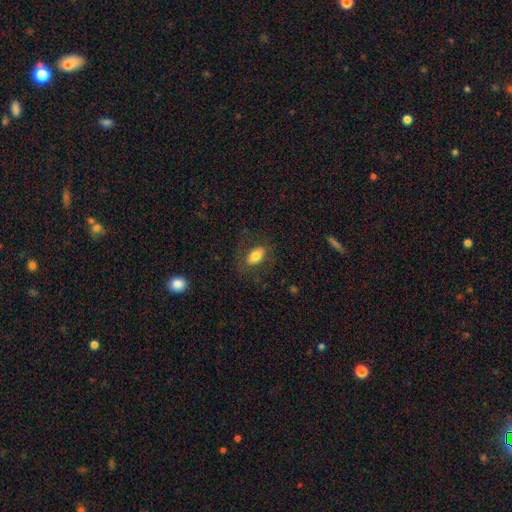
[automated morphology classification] A smooth galaxy with no disk features (75%) that is in between round and cigar-shaped (89%).

Vote fractions:
- Smooth or featured? smooth: 75% / featured or disk: 17% / star or artifact: 8%
- How rounded? in between: 89% / round: 8% / cigar-shaped: 3%
- Merging? none: 75% / minor disturbance: 14% / major disturbance: 9% / merger: 1%